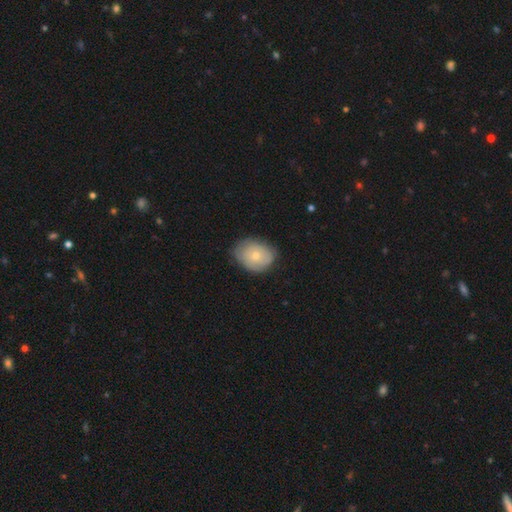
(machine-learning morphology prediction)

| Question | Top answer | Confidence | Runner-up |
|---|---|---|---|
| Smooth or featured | smooth | 66% | featured or disk (28%) |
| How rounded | in between | 58% | round (42%) |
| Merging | none | 67% | minor disturbance (27%) |